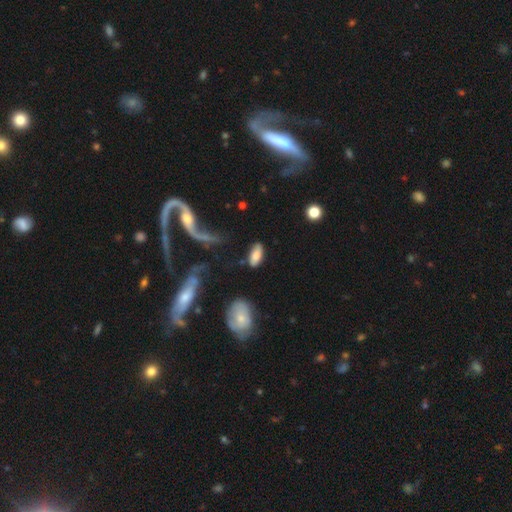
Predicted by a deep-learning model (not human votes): smooth 74%, featured or disk 19%, star or artifact 7%. Down the decision tree: how rounded — in between (89%); merging — none (73%).